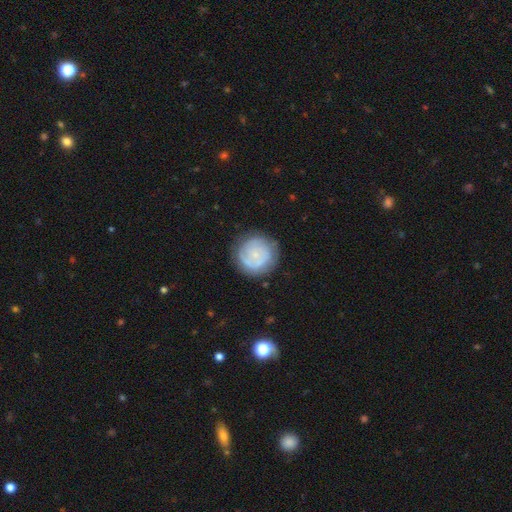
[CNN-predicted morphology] Smooth or featured?
  - featured or disk: 57% *
  - smooth: 37%
  - star or artifact: 7%
Edge-on disk?
  - no: 98% *
  - yes: 2%
Bar?
  - no: 77% *
  - weak: 20%
  - strong: 3%
Spiral arms?
  - yes: 80% *
  - no: 20%
Bulge size?
  - small: 73% *
  - moderate: 14%
  - none: 10%
  - large: 2%
  - dominant: 1%
Merging?
  - none: 78% *
  - minor disturbance: 14%
  - major disturbance: 6%
  - merger: 1%